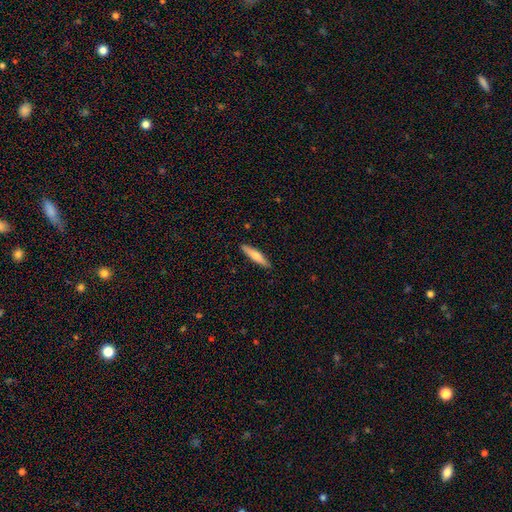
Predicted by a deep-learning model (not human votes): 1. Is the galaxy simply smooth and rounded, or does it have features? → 64% smooth, 31% featured or disk, 5% star or artifact.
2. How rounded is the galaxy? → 86% cigar-shaped, 12% in between, 1% round.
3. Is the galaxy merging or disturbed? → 90% none, 7% minor disturbance, 1% major disturbance, 1% merger.